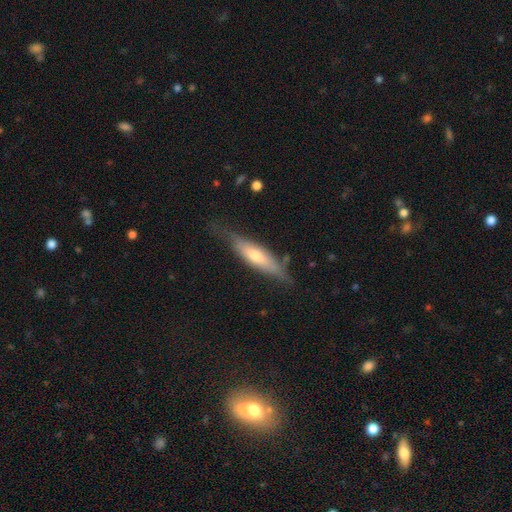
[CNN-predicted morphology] smooth-or-featured: smooth: 49% | featured or disk: 45% | star or artifact: 6%
  merging: none: 67% | minor disturbance: 24% | major disturbance: 7% | merger: 2%